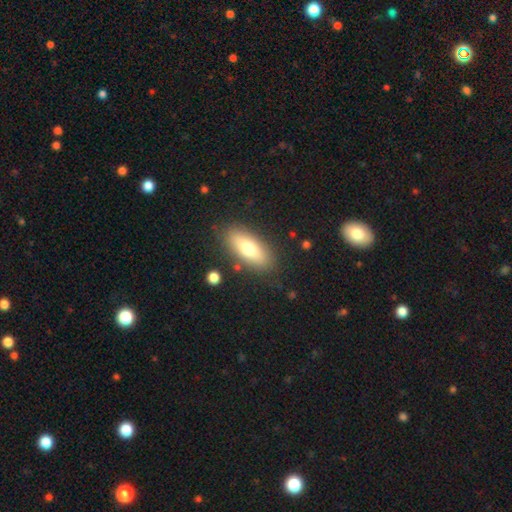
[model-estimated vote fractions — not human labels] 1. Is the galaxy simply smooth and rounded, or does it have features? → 70% smooth, 23% featured or disk, 7% star or artifact.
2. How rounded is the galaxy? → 76% in between, 22% cigar-shaped, 3% round.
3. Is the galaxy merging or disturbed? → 84% none, 11% minor disturbance, 3% major disturbance, 2% merger.